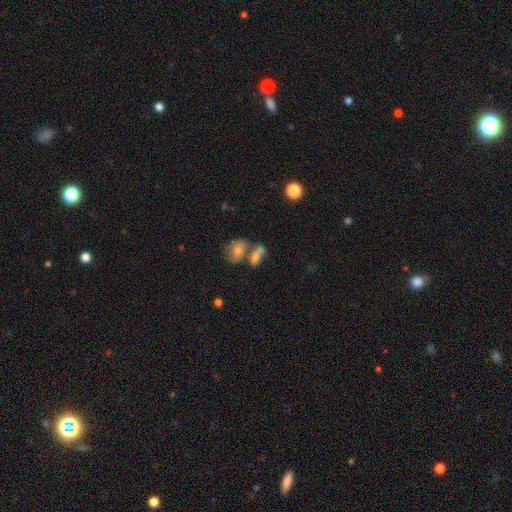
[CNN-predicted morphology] Q: Smooth or featured?
A: smooth (66%); runner-up: featured or disk (21%)
Q: How rounded?
A: in between (72%); runner-up: round (16%)
Q: Merging?
A: merger (50%); runner-up: none (33%)